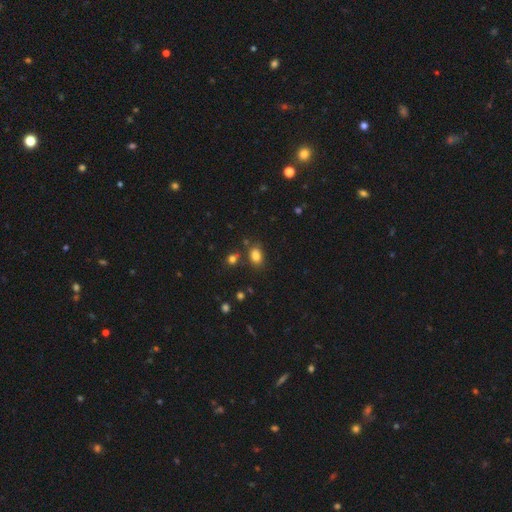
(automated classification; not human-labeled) smooth_or_featured: smooth (p=0.82) [alt: star or artifact p=0.12]
how_rounded: in between (p=0.75) [alt: round p=0.24]
merging: none (p=0.75) [alt: minor disturbance p=0.13]